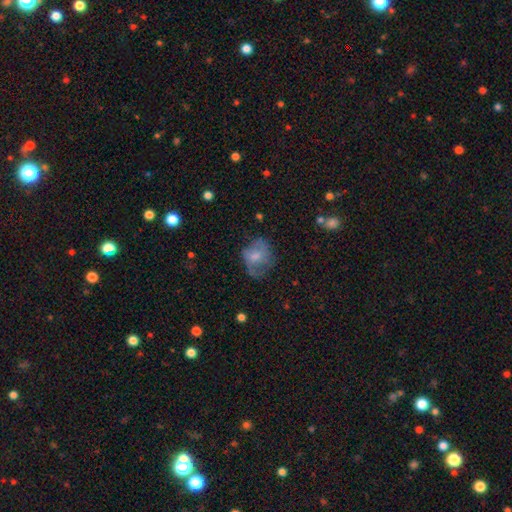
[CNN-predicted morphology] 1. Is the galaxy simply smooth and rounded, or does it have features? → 53% smooth, 38% featured or disk, 9% star or artifact.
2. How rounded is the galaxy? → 52% round, 47% in between, 1% cigar-shaped.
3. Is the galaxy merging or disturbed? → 44% none, 28% minor disturbance, 26% major disturbance, 2% merger.